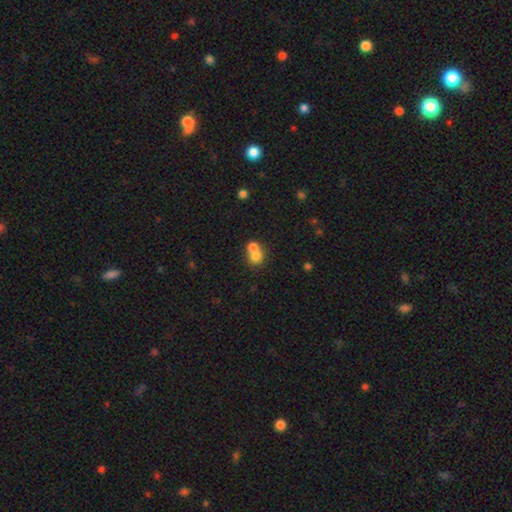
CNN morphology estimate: Smooth or featured?
  - smooth: 74% *
  - featured or disk: 14%
  - star or artifact: 12%
How rounded?
  - round: 78% *
  - in between: 22%
  - cigar-shaped: 1%
Merging?
  - merger: 60% *
  - none: 32%
  - minor disturbance: 5%
  - major disturbance: 3%